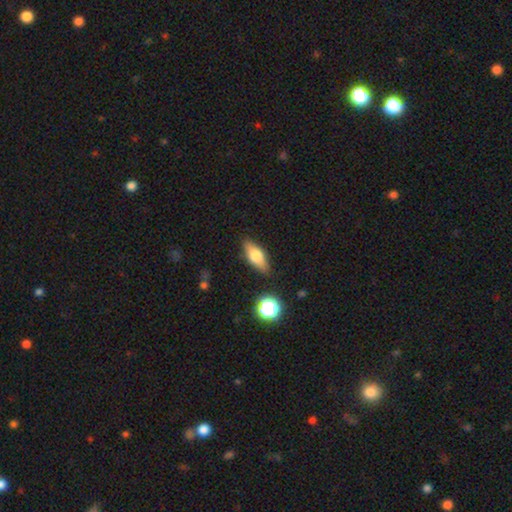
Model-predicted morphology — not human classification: Smooth or featured: smooth — 66% (featured or disk — 25%)
How rounded: in between — 73% (cigar-shaped — 21%)
Merging: none — 85% (minor disturbance — 10%)